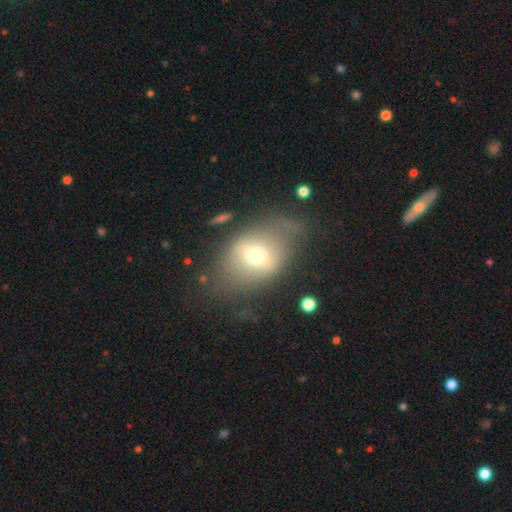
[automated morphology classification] Overall: smooth (52%; featured or disk 38%). How rounded: in between (73%). Merging: none (52%; minor disturbance 25%).